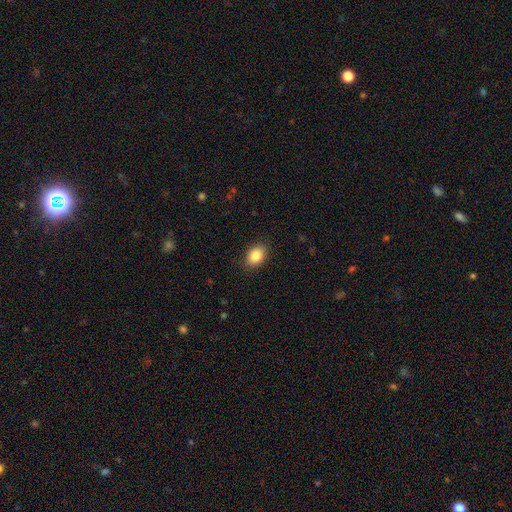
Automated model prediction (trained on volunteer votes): smooth_or_featured: smooth (p=0.86) [alt: star or artifact p=0.08]
how_rounded: in between (p=0.78) [alt: round p=0.21]
merging: none (p=0.87) [alt: minor disturbance p=0.10]